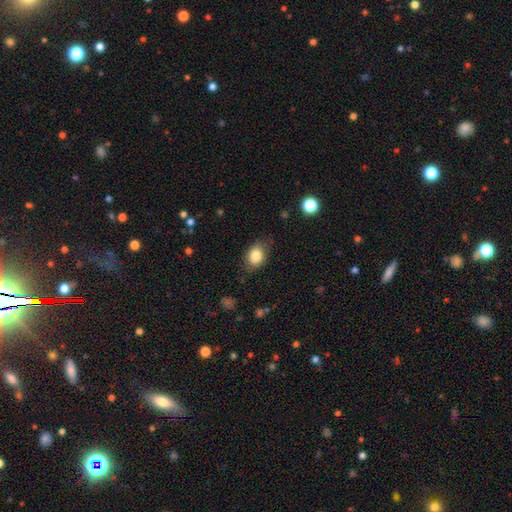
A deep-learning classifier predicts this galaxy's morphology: smooth_or_featured: smooth (p=0.83) [alt: featured or disk p=0.09]
how_rounded: in between (p=0.70) [alt: round p=0.28]
merging: none (p=0.75) [alt: minor disturbance p=0.18]